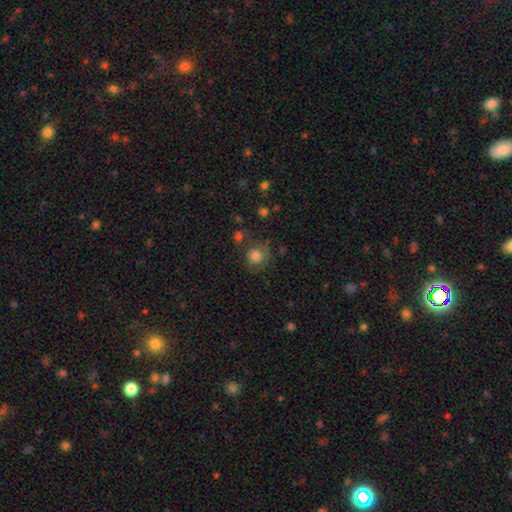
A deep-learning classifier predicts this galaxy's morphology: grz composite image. It shows a smooth galaxy with no disk features (79%) that is round (89%). Merging: none (67%).